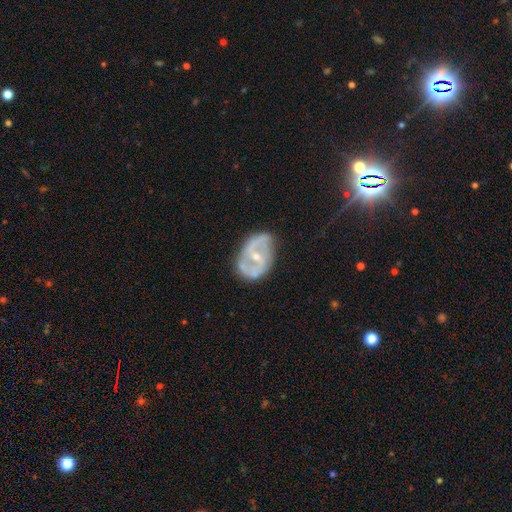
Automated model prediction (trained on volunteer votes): smooth-or-featured: featured or disk: 83% | smooth: 11% | star or artifact: 6%
  disk-edge-on: no: 96% | yes: 4%
    bar: weak: 39% | no: 34% | strong: 27%
    has-spiral-arms: yes: 84% | no: 16%
      spiral-winding: medium: 45% | loose: 33% | tight: 22%
      spiral-arm-count: 2: 82% | can't tell: 10% | 1: 3% | 3: 3% | 4: 1% | more than 4: 1%
    bulge-size: small: 57% | moderate: 40% | none: 1% | large: 1% | dominant: 1%
  merging: none: 65% | minor disturbance: 24% | major disturbance: 9% | merger: 2%